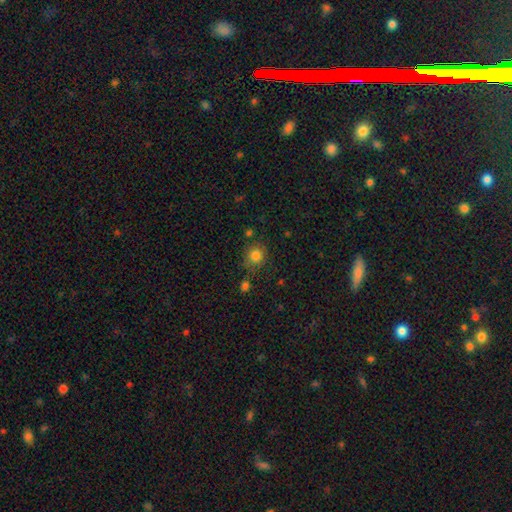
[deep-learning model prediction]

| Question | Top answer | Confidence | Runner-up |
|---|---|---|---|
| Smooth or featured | smooth | 82% | star or artifact (13%) |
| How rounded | round | 86% | in between (14%) |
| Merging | none | 78% | minor disturbance (13%) |